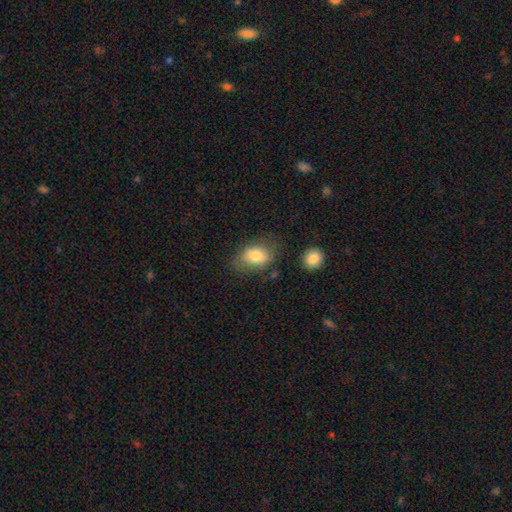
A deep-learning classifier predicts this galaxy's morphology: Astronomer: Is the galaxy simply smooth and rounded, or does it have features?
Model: smooth — 80%.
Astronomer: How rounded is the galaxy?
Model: in between — 79%.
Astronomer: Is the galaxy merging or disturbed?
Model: none — 63%.